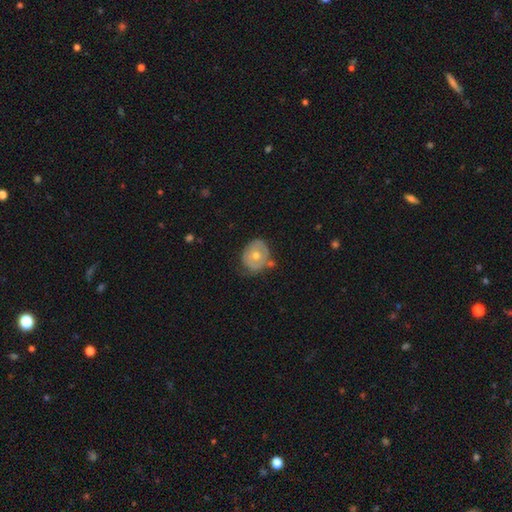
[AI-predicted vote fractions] featured or disk 54%, smooth 39%, star or artifact 8%. Down the decision tree: edge-on disk — no (95%); bar — no (87%); spiral arms — no (61%); bulge size — moderate (67%); merging — none (63%).